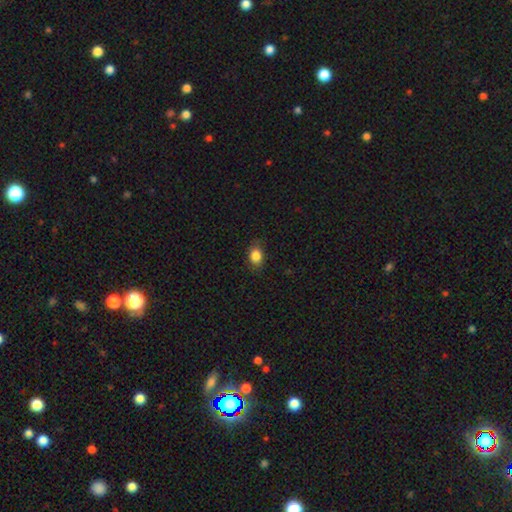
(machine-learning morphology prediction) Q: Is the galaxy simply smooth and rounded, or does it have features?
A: smooth — 85%.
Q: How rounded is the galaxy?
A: in between — 68%.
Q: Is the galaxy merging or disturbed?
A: none — 81%.